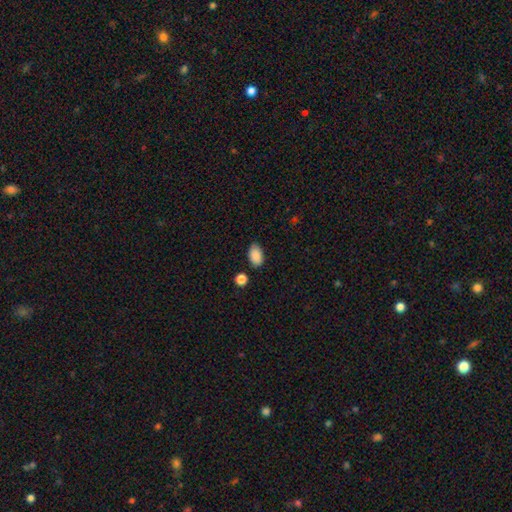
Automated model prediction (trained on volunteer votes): The model was most divided on "merging": none: 80%, minor disturbance: 14%, merger: 3%, major disturbance: 3%. More confident: how rounded — in between (92%); smooth or featured — smooth (88%).